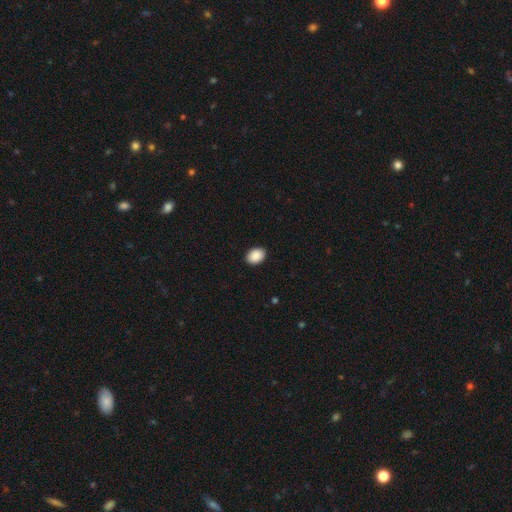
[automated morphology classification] This appears to be a smooth galaxy with no disk features (91%) that is in between round and cigar-shaped (74%). Merging: none (91%).